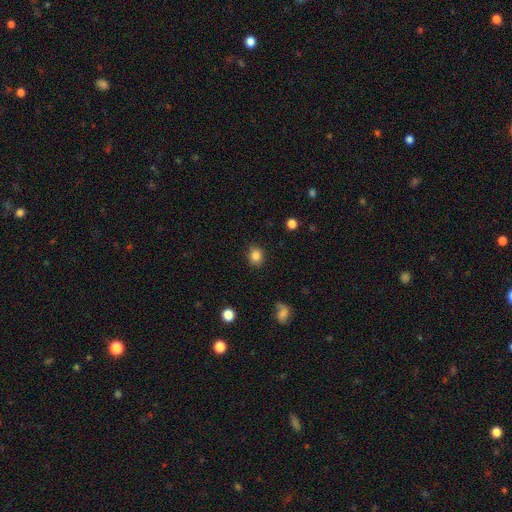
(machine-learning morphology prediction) type=smooth (84%); roundness=round (72%); merging=none (87%).